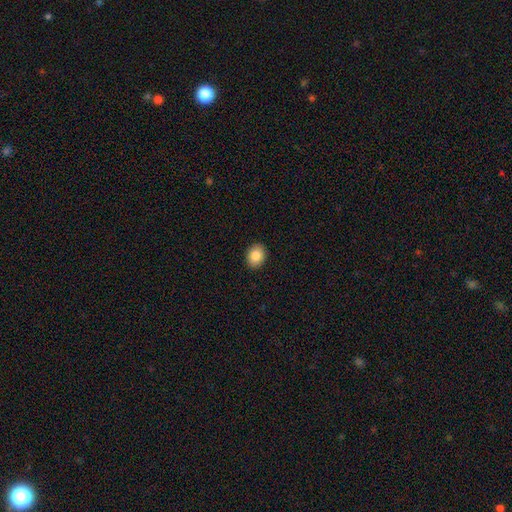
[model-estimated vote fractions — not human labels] smooth-or-featured: smooth: 85% | star or artifact: 8% | featured or disk: 7%
  how-rounded: in between: 63% | round: 36% | cigar-shaped: 1%
  merging: none: 91% | minor disturbance: 6% | major disturbance: 2% | merger: 1%